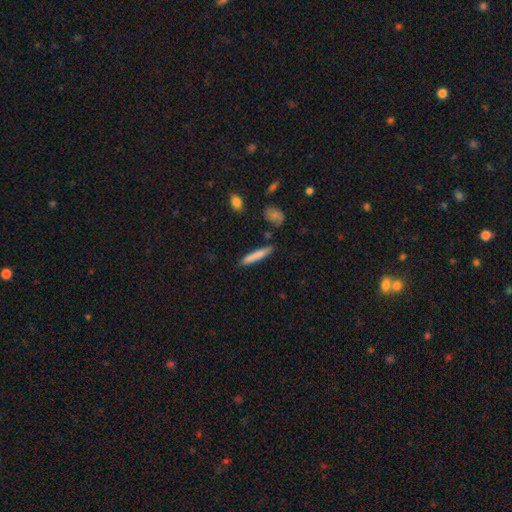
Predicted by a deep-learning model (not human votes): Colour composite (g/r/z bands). It shows a smooth galaxy with no disk features (80%) that is cigar-shaped (92%). Merging: none (88%).